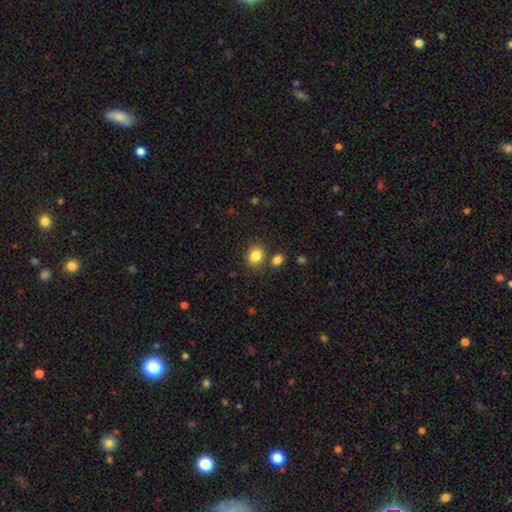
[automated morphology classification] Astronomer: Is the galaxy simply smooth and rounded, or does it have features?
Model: smooth — 84%.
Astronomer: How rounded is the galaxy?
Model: round — 57% (runner-up: in between, 42%).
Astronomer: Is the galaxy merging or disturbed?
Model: none — 76%.